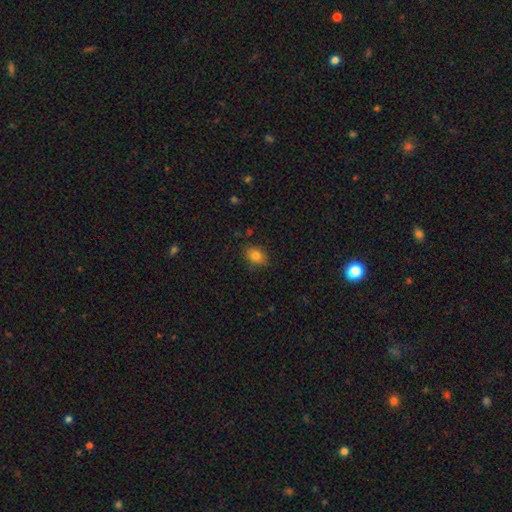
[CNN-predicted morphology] This is clearly a smooth galaxy (82%). How rounded: possibly in between (59%). Merging: clearly none (82%).